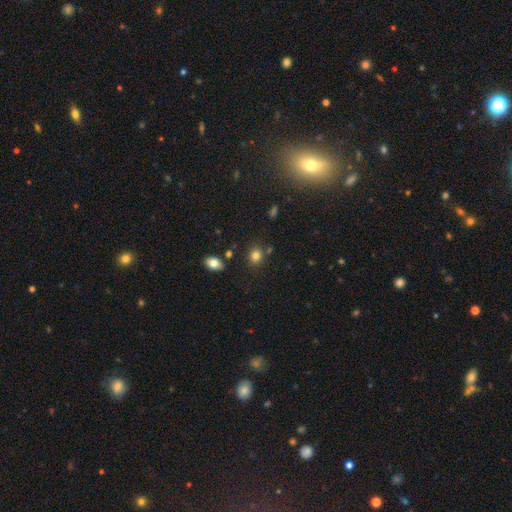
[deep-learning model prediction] Smooth or featured? smooth (81%)
How rounded? round (64%)
Merging? none (79%)